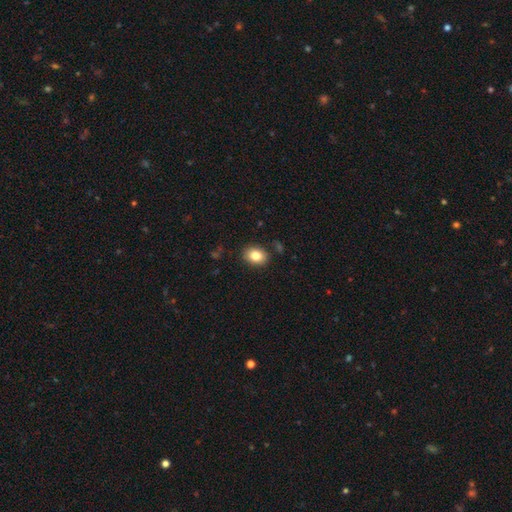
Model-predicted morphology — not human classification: Smooth or featured? smooth (83%)
How rounded? in between (61%)
Merging? none (87%)